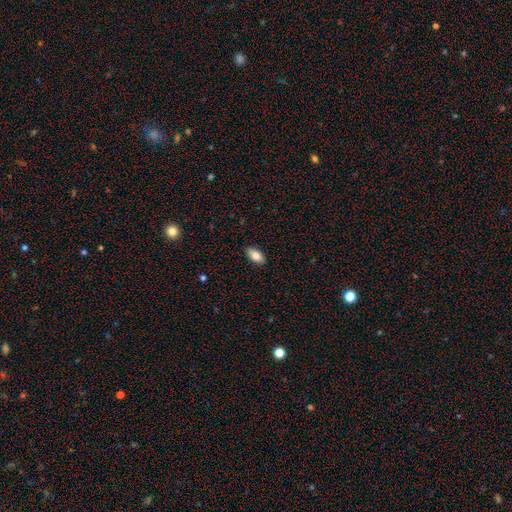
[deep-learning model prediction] Morphology: type=smooth (83%); roundness=in between (91%); merging=none (88%).